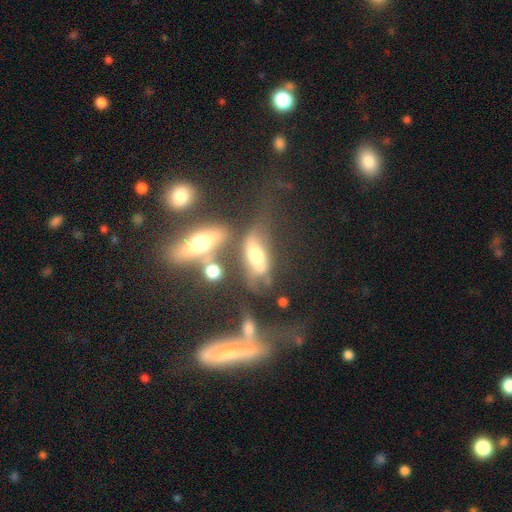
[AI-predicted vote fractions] Smooth or featured?
  - featured or disk: 45% *
  - smooth: 42%
  - star or artifact: 13%
Merging?
  - merger: 33% *
  - none: 28%
  - major disturbance: 23%
  - minor disturbance: 16%